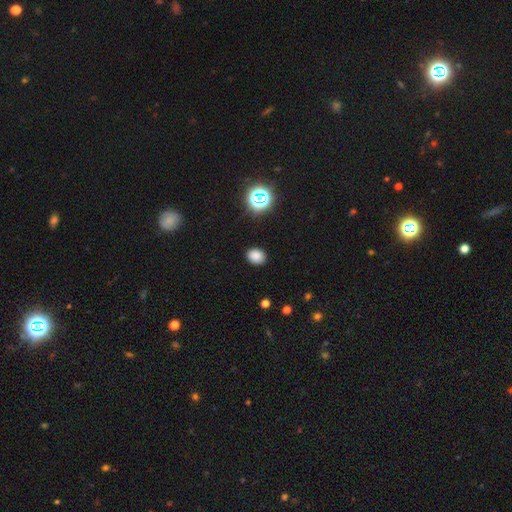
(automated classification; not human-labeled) The model was most divided on "how rounded": in between: 51%, round: 48%, cigar-shaped: 1%. More confident: merging — none (88%); smooth or featured — smooth (80%).